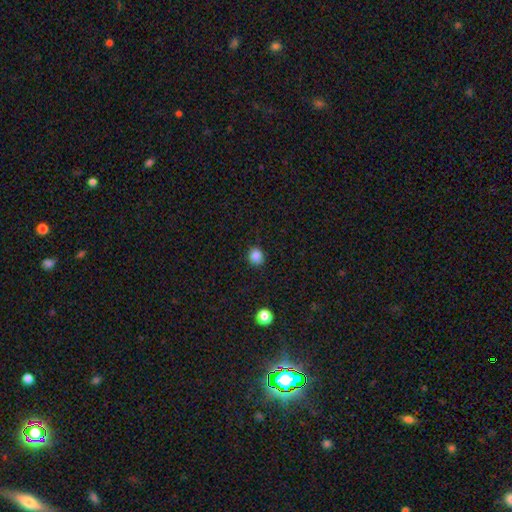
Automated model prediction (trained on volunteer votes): smooth_or_featured: smooth (p=0.84) [alt: star or artifact p=0.11]
how_rounded: round (p=0.83) [alt: in between p=0.16]
merging: none (p=0.88) [alt: minor disturbance p=0.08]